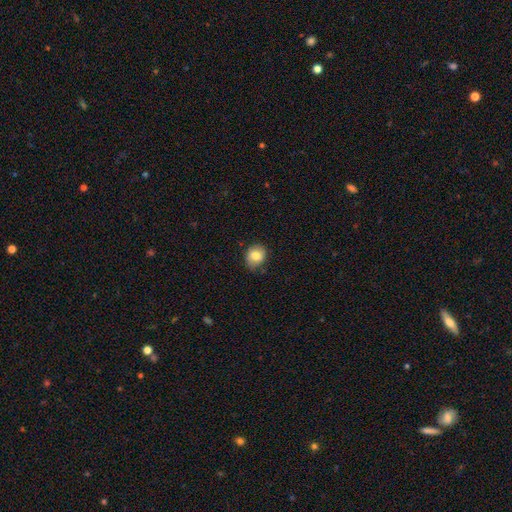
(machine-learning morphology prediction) Smooth or featured?
  - smooth: 79% *
  - featured or disk: 12%
  - star or artifact: 9%
How rounded?
  - round: 63% *
  - in between: 36%
  - cigar-shaped: 1%
Merging?
  - none: 75% *
  - minor disturbance: 20%
  - major disturbance: 4%
  - merger: 1%